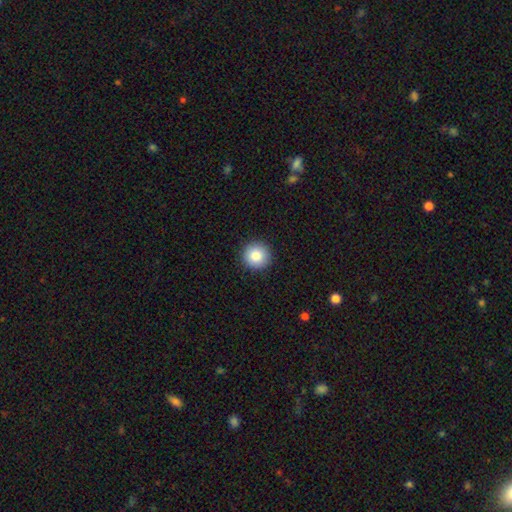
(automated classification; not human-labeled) A smooth galaxy with no disk features (86%) that is round (95%).

Vote fractions:
- Smooth or featured? smooth: 86% / star or artifact: 9% / featured or disk: 5%
- How rounded? round: 95% / in between: 4% / cigar-shaped: 1%
- Merging? none: 92% / minor disturbance: 5% / major disturbance: 2% / merger: 1%